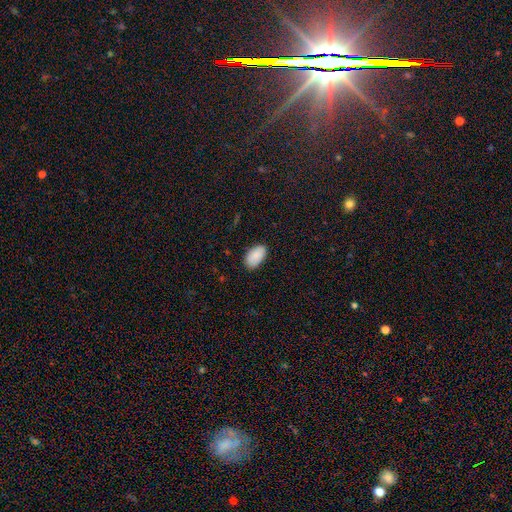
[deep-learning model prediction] This is clearly a smooth galaxy (89%). How rounded: clearly in between (95%). Merging: clearly none (86%).